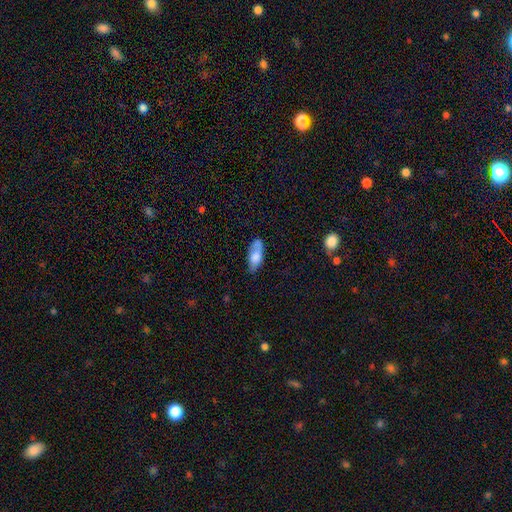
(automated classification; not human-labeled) This appears to be a smooth galaxy with no disk features (71%) that is in between round and cigar-shaped (81%). Merging: none (55%).